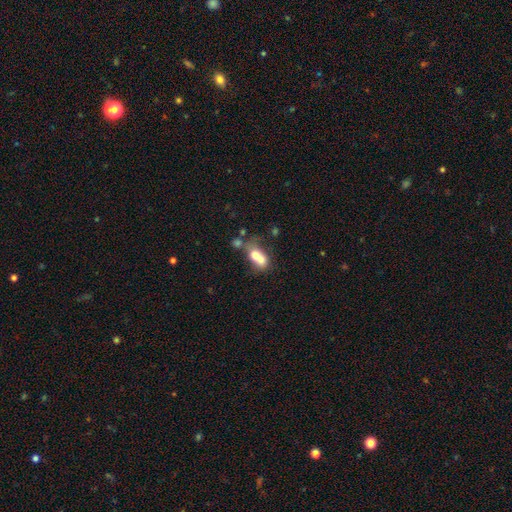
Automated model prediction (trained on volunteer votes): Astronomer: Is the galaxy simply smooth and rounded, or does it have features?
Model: smooth — 65%.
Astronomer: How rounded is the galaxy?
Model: in between — 62%.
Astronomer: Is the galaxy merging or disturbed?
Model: merger — 67%.